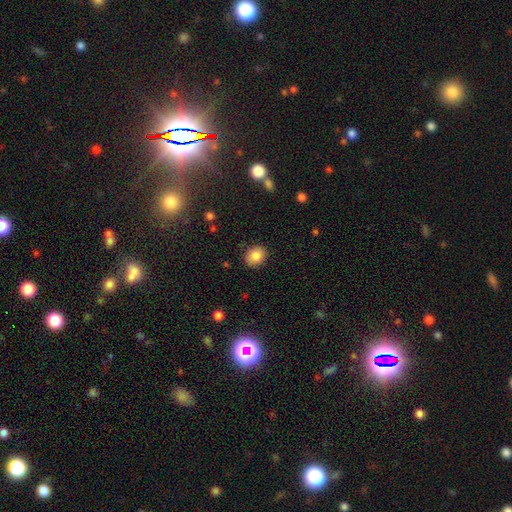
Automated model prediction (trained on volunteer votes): Smooth or featured?
  - smooth: 83% *
  - star or artifact: 9%
  - featured or disk: 8%
How rounded?
  - round: 50% *
  - in between: 49%
  - cigar-shaped: 1%
Merging?
  - none: 88% *
  - minor disturbance: 9%
  - major disturbance: 2%
  - merger: 1%